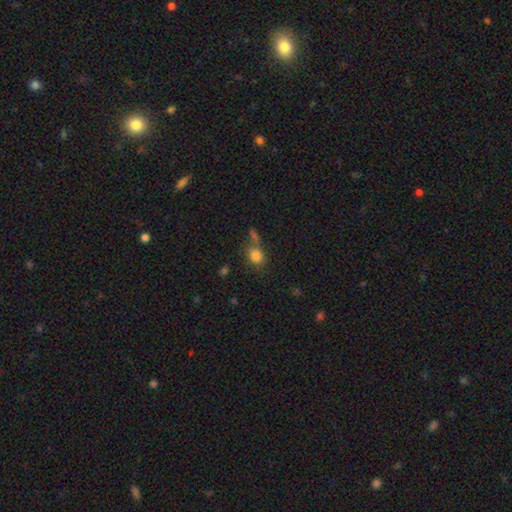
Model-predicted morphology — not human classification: type=smooth (82%); roundness=round (51%); merging=none (56%).